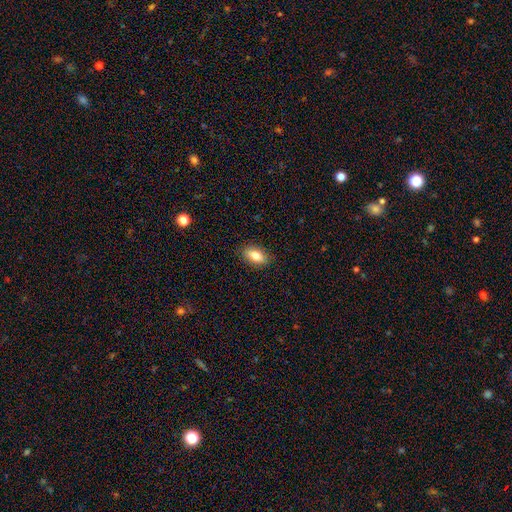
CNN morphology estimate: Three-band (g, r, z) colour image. It shows a smooth galaxy with no disk features (79%) that is in between round and cigar-shaped (87%). Merging: none (88%).